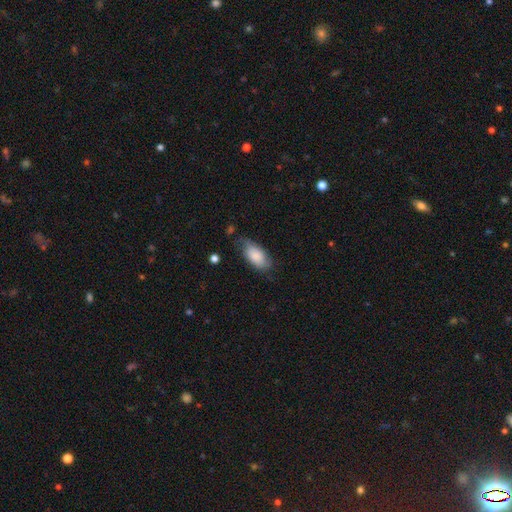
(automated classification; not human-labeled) The model was most divided on "merging": none: 58%, minor disturbance: 31%, major disturbance: 9%, merger: 2%. More confident: how rounded — in between (92%); smooth or featured — smooth (79%).